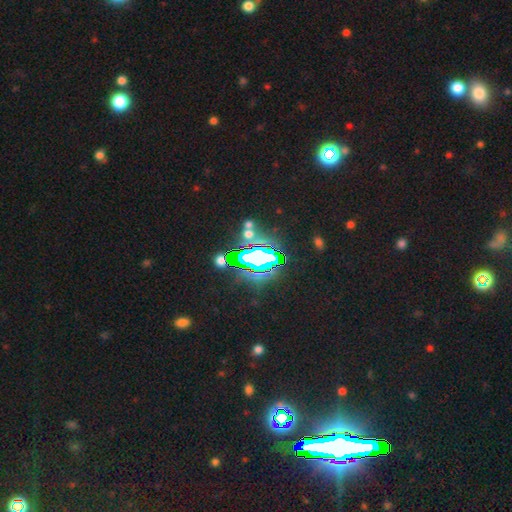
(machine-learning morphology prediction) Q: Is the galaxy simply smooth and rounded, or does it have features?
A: star or artifact — 77%.